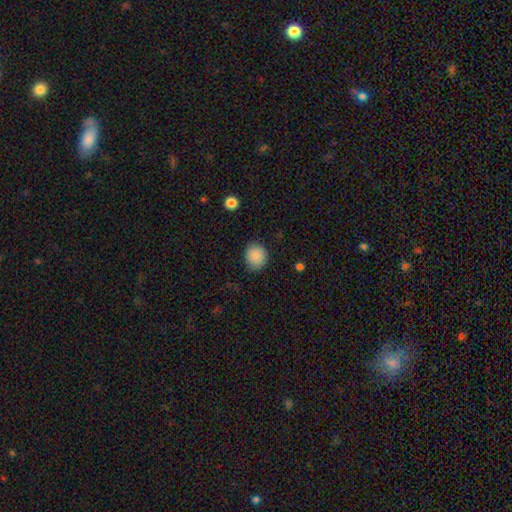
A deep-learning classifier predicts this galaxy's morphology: A smooth galaxy with no disk features (88%) that is round (76%). Merging: none (82%).